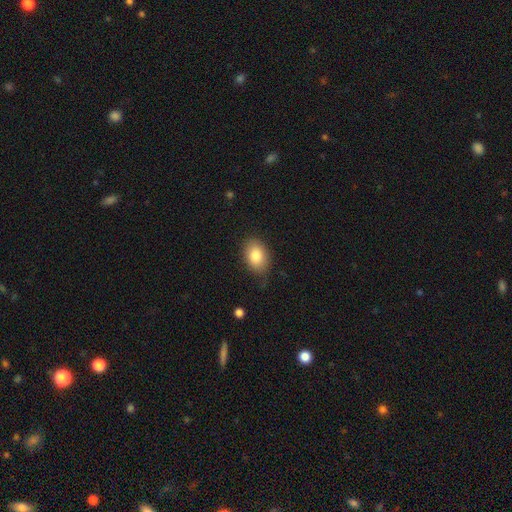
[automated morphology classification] The model was most divided on "merging": none: 77%, minor disturbance: 18%, major disturbance: 4%, merger: 1%. More confident: smooth or featured — smooth (84%); how rounded — in between (80%).